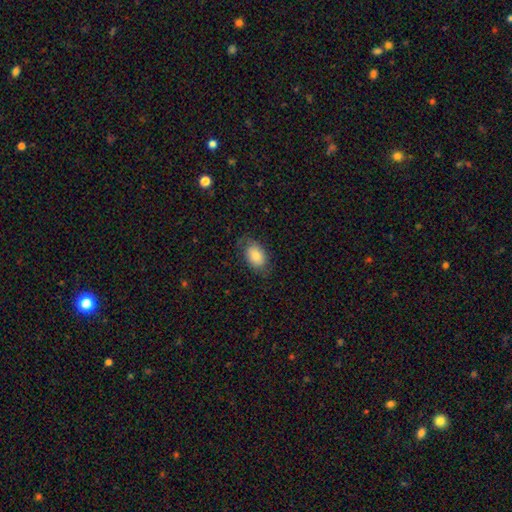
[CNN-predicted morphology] Smooth or featured? smooth (73%)
How rounded? in between (85%)
Merging? none (64%)